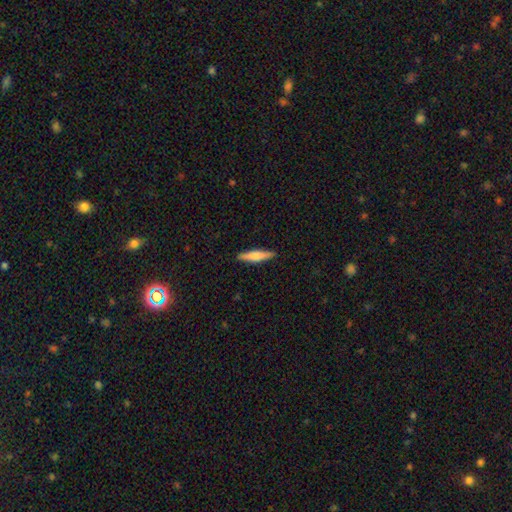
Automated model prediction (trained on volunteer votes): A smooth galaxy with no disk features (63%) that is cigar-shaped (83%). Merging: none (90%).